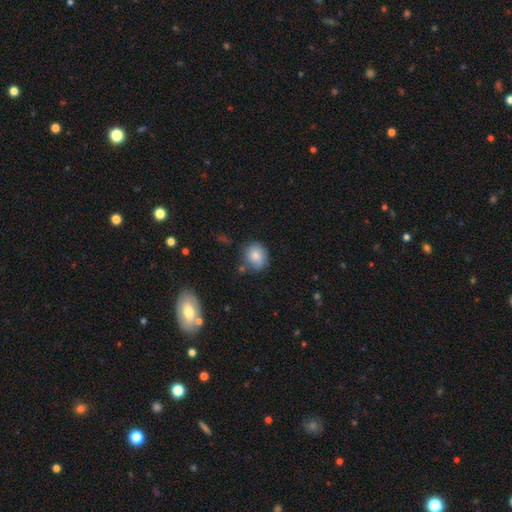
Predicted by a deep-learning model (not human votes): Morphology: type=smooth (82%); roundness=round (76%); merging=none (73%).